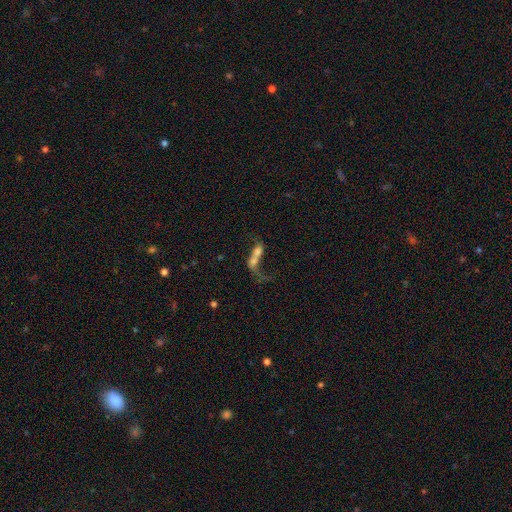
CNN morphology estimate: smooth_or_featured: featured or disk (p=0.48) [alt: smooth p=0.40]
merging: merger (p=0.67) [alt: major disturbance p=0.16]